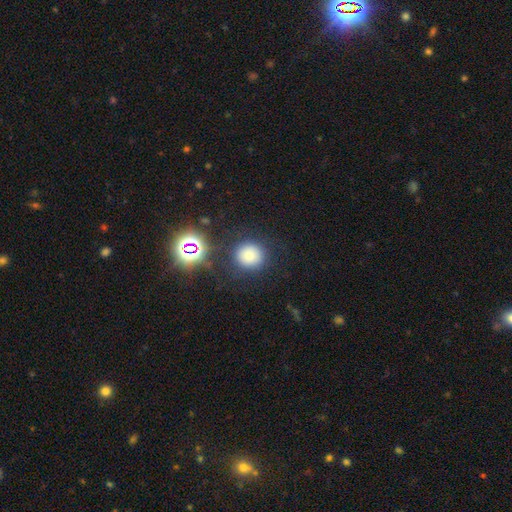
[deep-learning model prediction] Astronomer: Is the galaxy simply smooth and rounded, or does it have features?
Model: smooth — 69%.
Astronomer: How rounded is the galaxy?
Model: round — 90%.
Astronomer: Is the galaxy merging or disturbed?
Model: none — 85%.